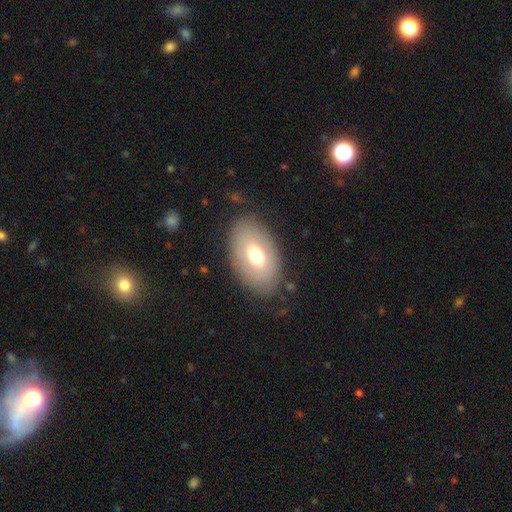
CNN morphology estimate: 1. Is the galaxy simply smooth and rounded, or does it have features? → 60% smooth, 32% featured or disk, 8% star or artifact.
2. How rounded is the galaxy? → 90% in between, 8% round, 1% cigar-shaped.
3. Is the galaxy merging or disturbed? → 81% none, 12% minor disturbance, 5% major disturbance, 1% merger.